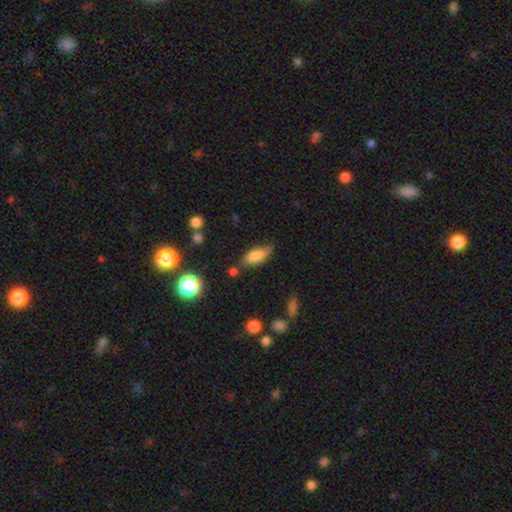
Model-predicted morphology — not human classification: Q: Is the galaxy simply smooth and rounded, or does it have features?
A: smooth — 82%.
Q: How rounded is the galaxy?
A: in between — 74%.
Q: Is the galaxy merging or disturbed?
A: none — 62%.